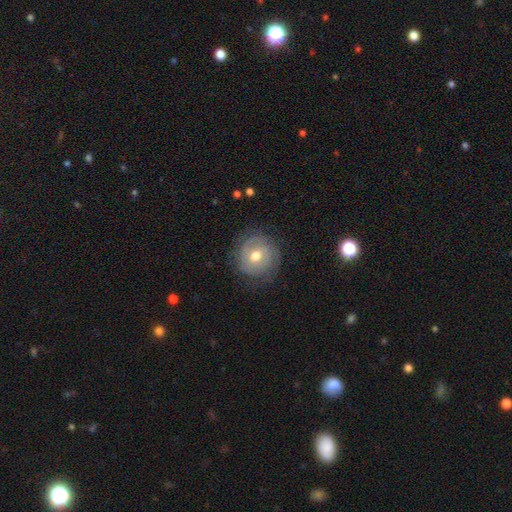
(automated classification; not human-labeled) Smooth or featured? featured or disk (60%)
Edge-on disk? no (97%)
Bar? no (70%)
Spiral arms? yes (72%)
Bulge size? moderate (79%)
Merging? none (75%)